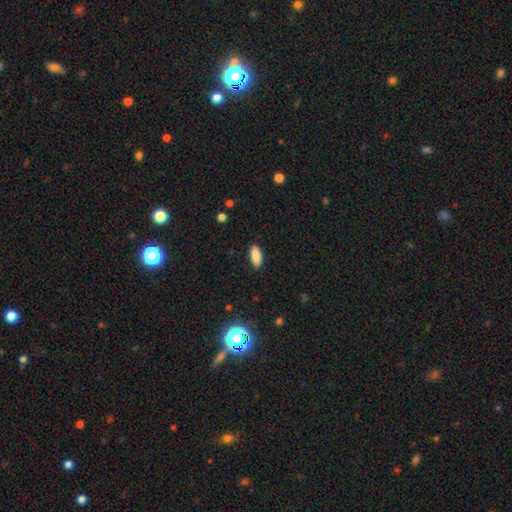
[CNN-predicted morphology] The model was most divided on "how rounded": in between: 81%, cigar-shaped: 17%, round: 2%. More confident: merging — none (88%); smooth or featured — smooth (87%).